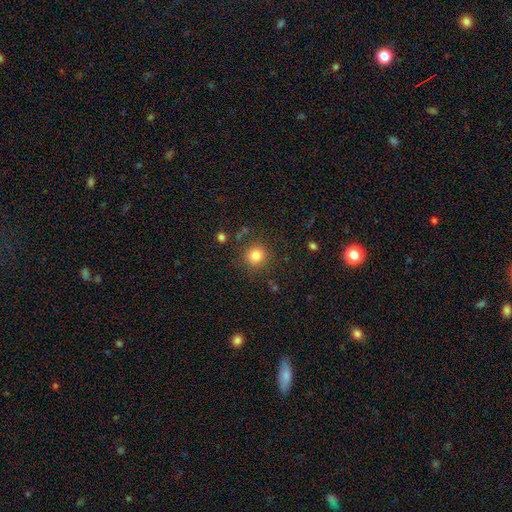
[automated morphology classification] Smooth or featured?
  - smooth: 82% *
  - star or artifact: 12%
  - featured or disk: 6%
How rounded?
  - round: 92% *
  - in between: 7%
  - cigar-shaped: 1%
Merging?
  - none: 86% *
  - minor disturbance: 8%
  - major disturbance: 3%
  - merger: 2%